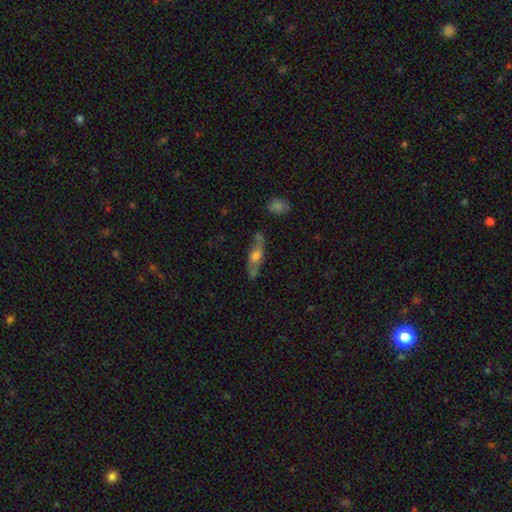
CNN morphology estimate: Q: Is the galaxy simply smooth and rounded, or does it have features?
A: featured or disk — 48%.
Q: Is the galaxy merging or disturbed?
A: none — 64%.